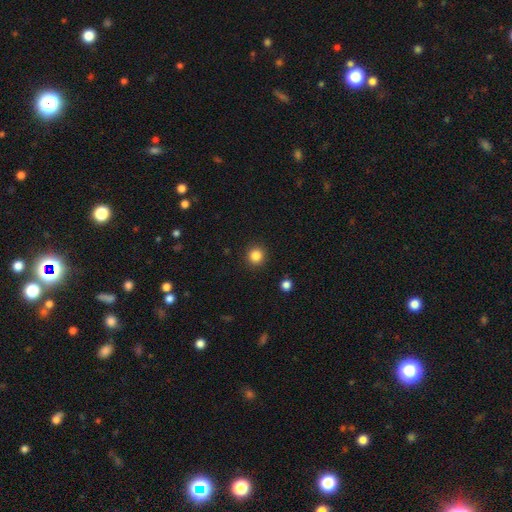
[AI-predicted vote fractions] Smooth or featured?
  - smooth: 84% *
  - star or artifact: 12%
  - featured or disk: 4%
How rounded?
  - round: 93% *
  - in between: 6%
  - cigar-shaped: 1%
Merging?
  - none: 92% *
  - minor disturbance: 5%
  - major disturbance: 2%
  - merger: 1%